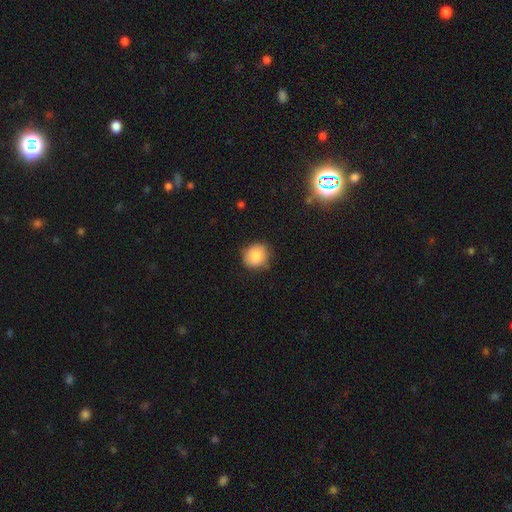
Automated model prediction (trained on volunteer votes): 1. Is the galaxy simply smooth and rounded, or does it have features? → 85% smooth, 8% star or artifact, 6% featured or disk.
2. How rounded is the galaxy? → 83% round, 16% in between, 1% cigar-shaped.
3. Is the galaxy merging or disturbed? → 80% none, 16% minor disturbance, 3% major disturbance, 1% merger.